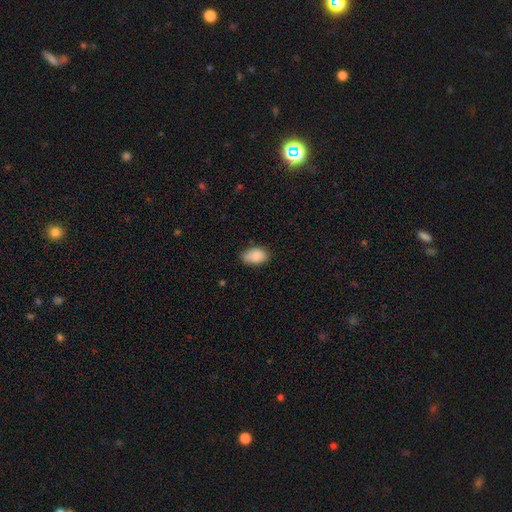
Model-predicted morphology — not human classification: This appears to be a smooth galaxy with no disk features (87%) that is in between round and cigar-shaped (92%). Merging: none (76%).